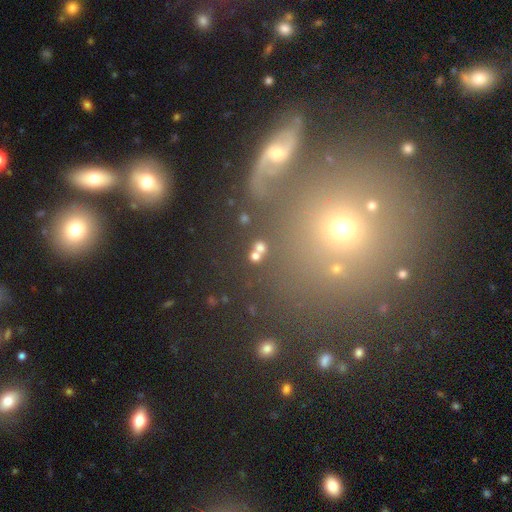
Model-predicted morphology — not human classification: A smooth galaxy with no disk features (62%) that is round (80%).

Vote fractions:
- Smooth or featured? smooth: 62% / star or artifact: 28% / featured or disk: 10%
- How rounded? round: 80% / in between: 18% / cigar-shaped: 2%
- Merging? none: 64% / merger: 21% / minor disturbance: 9% / major disturbance: 6%